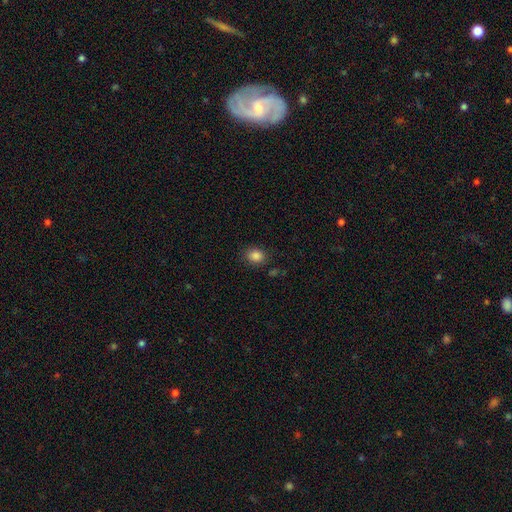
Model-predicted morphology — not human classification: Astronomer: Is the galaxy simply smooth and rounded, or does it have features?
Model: smooth — 85%.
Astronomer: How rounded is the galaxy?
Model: round — 55% (runner-up: in between, 44%).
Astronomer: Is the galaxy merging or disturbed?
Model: none — 84%.